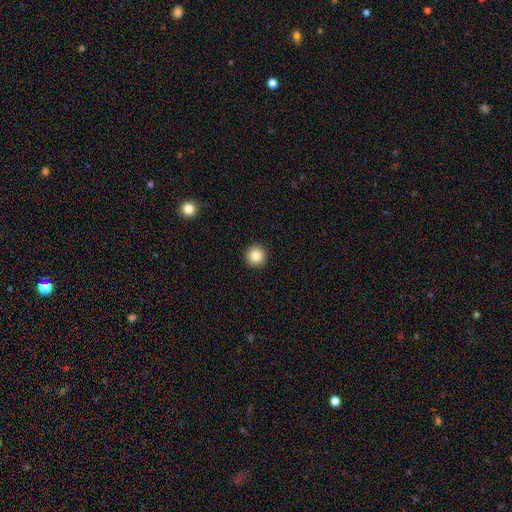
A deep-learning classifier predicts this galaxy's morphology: The model was most divided on "smooth or featured": smooth: 85%, star or artifact: 10%, featured or disk: 5%. More confident: how rounded — round (96%); merging — none (93%).